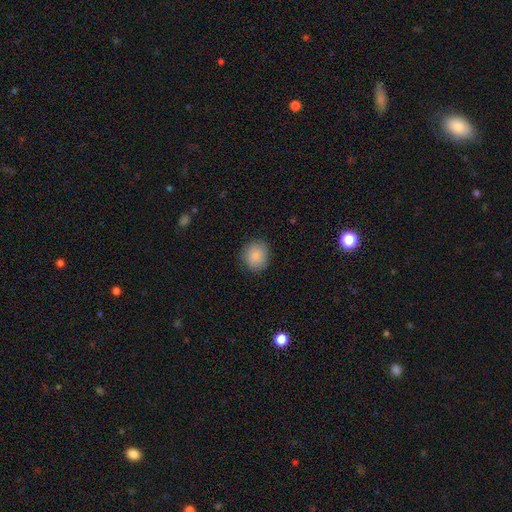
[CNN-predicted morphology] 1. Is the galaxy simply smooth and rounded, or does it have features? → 85% smooth, 8% star or artifact, 7% featured or disk.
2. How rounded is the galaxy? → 80% round, 19% in between, 1% cigar-shaped.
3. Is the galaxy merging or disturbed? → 87% none, 10% minor disturbance, 2% major disturbance, 1% merger.